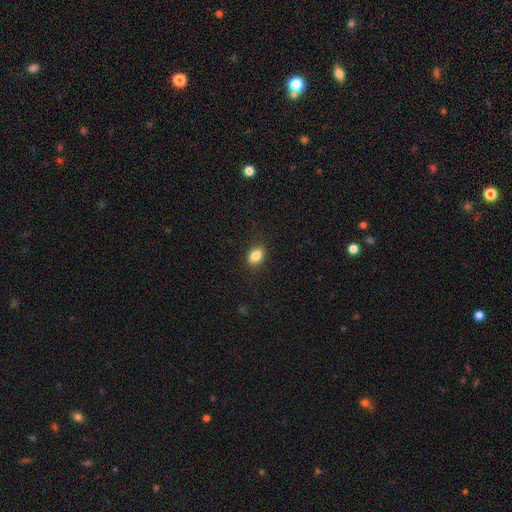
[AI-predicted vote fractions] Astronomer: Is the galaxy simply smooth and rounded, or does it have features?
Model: smooth — 85%.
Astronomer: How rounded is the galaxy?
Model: in between — 80%.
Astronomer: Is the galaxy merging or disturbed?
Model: none — 88%.